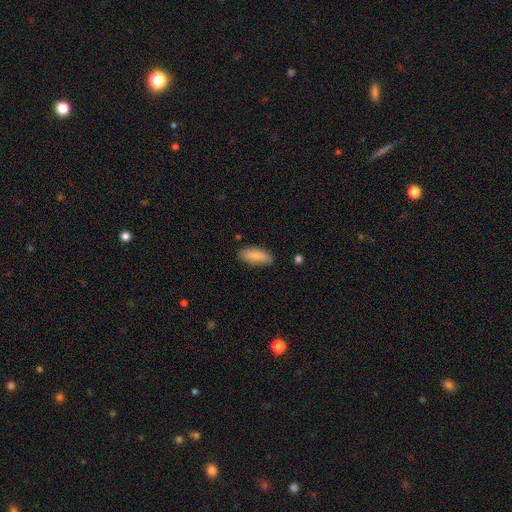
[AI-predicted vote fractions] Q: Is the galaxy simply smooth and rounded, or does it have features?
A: smooth — 80%.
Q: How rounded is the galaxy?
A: in between — 77%.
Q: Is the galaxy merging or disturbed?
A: none — 82%.